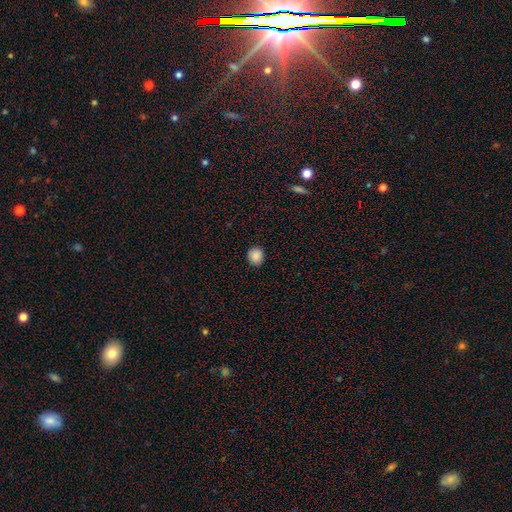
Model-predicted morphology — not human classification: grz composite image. It shows a smooth galaxy with no disk features (88%) that is round (80%). Merging: none (89%).